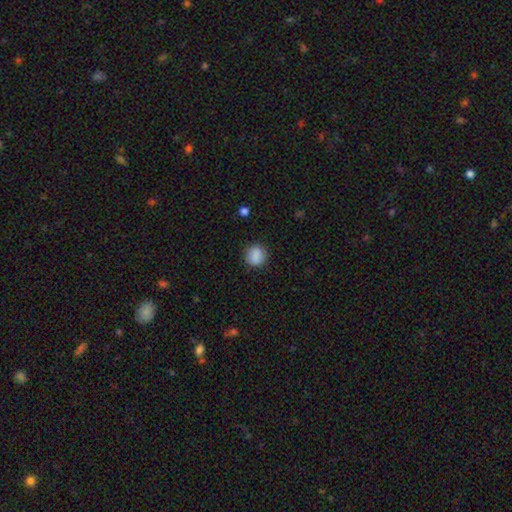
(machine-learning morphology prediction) Smooth or featured: smooth — 87% (star or artifact — 8%)
How rounded: round — 82% (in between — 17%)
Merging: none — 86% (minor disturbance — 10%)